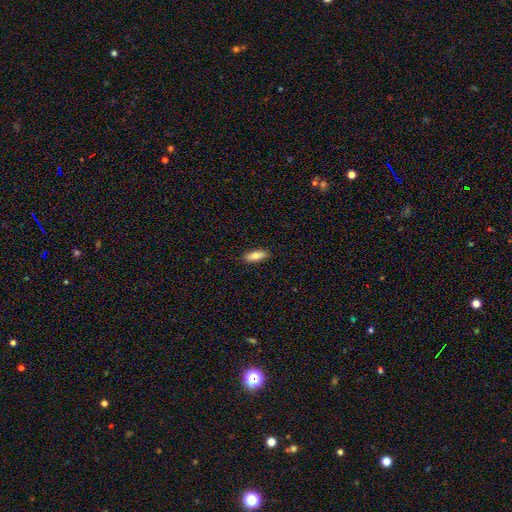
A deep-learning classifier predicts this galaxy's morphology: Smooth or featured? smooth (81%)
How rounded? in between (63%)
Merging? none (89%)